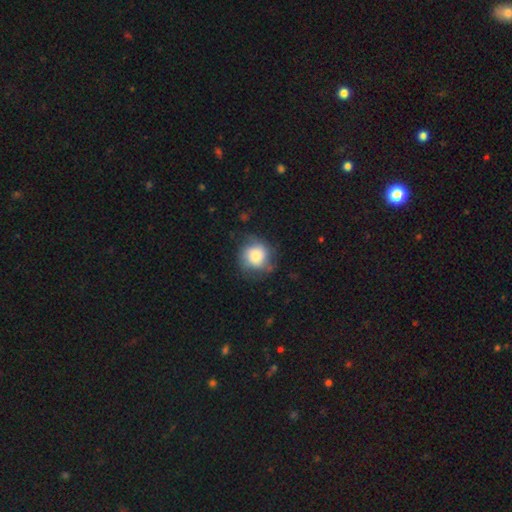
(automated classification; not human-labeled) smooth-or-featured: smooth: 72% | featured or disk: 20% | star or artifact: 8%
  how-rounded: round: 86% | in between: 13% | cigar-shaped: 1%
  merging: none: 62% | minor disturbance: 25% | major disturbance: 11% | merger: 2%